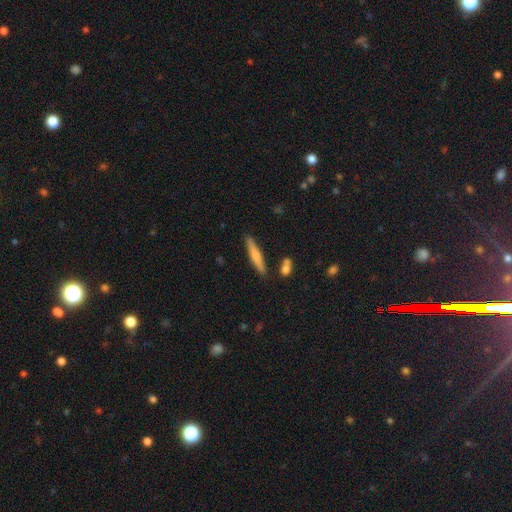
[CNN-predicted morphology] Smooth or featured?
  - smooth: 58% *
  - featured or disk: 36%
  - star or artifact: 6%
How rounded?
  - cigar-shaped: 90% *
  - in between: 8%
  - round: 2%
Merging?
  - none: 84% *
  - minor disturbance: 10%
  - merger: 4%
  - major disturbance: 2%